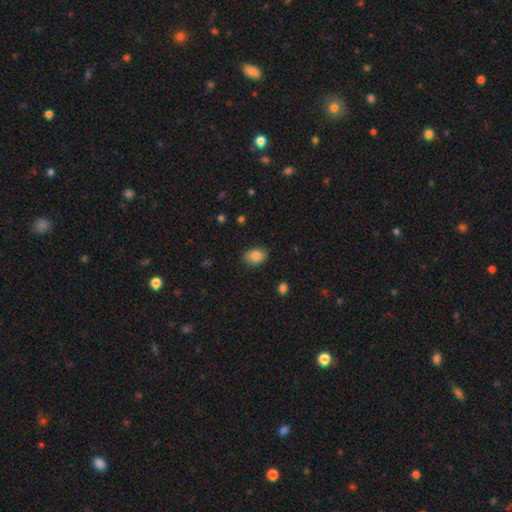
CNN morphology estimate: A smooth galaxy with no disk features (86%) that is in between round and cigar-shaped (84%). Merging: none (83%).